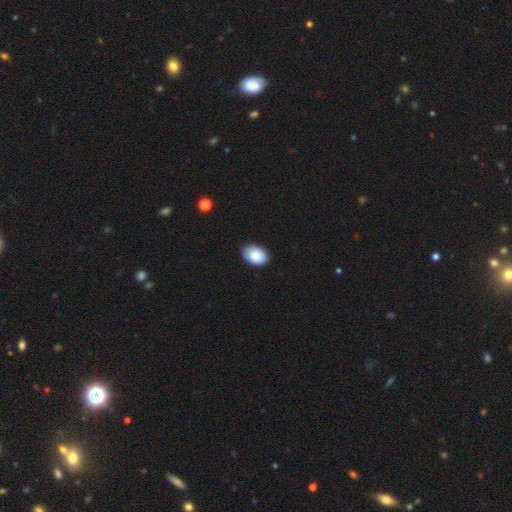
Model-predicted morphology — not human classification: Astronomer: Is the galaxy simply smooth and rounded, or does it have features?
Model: smooth — 86%.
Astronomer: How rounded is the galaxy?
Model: in between — 83%.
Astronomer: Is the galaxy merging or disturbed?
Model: none — 88%.